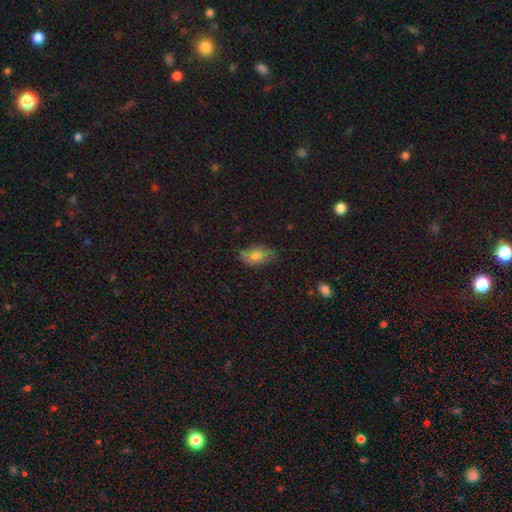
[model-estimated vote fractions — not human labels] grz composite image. It shows a smooth galaxy with no disk features (71%) that is in between round and cigar-shaped (90%). Merging: none (69%).